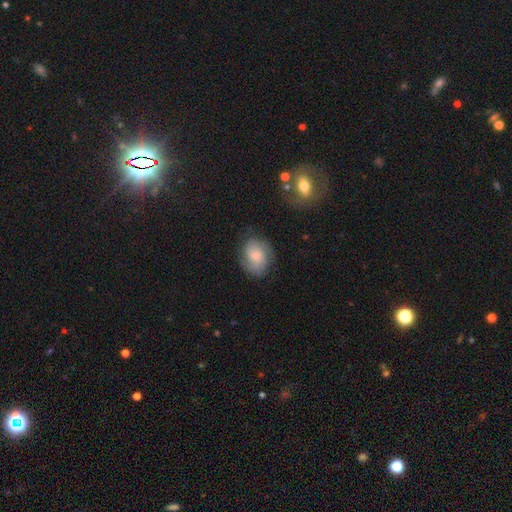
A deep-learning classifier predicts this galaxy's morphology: smooth-or-featured: featured or disk: 53% | smooth: 39% | star or artifact: 8%
  disk-edge-on: no: 97% | yes: 3%
    bar: no: 69% | weak: 27% | strong: 4%
    has-spiral-arms: yes: 89% | no: 11%
    bulge-size: small: 54% | moderate: 31% | none: 8% | large: 5% | dominant: 2%
  merging: none: 69% | minor disturbance: 21% | major disturbance: 9% | merger: 1%